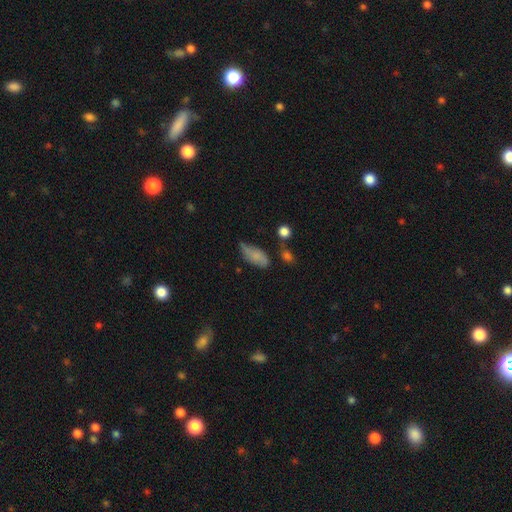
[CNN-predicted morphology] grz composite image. It shows a smooth galaxy with no disk features (71%) that is in between round and cigar-shaped (86%). Merging: none (42%).